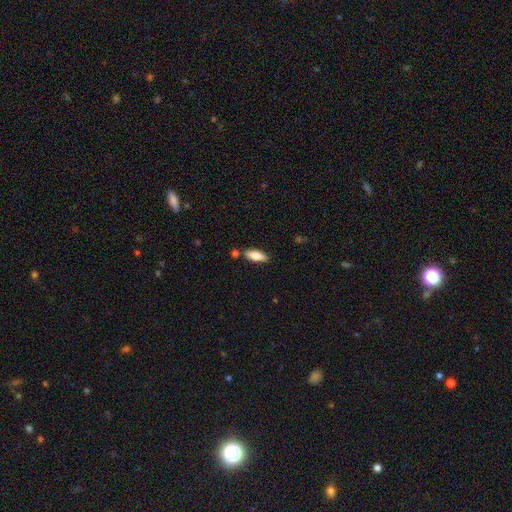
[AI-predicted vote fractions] Smooth or featured?
  - smooth: 81% *
  - featured or disk: 13%
  - star or artifact: 6%
How rounded?
  - in between: 68% *
  - cigar-shaped: 30%
  - round: 2%
Merging?
  - none: 82% *
  - minor disturbance: 11%
  - merger: 5%
  - major disturbance: 2%